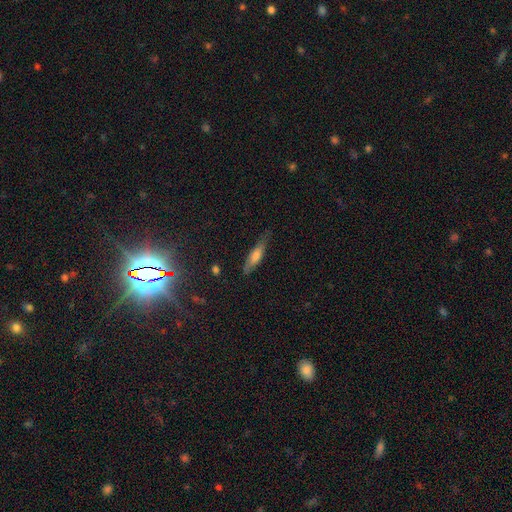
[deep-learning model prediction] Smooth or featured? Predicted: smooth (p=0.60). How rounded? Predicted: cigar-shaped (p=0.73). Merging? Predicted: none (p=0.75).